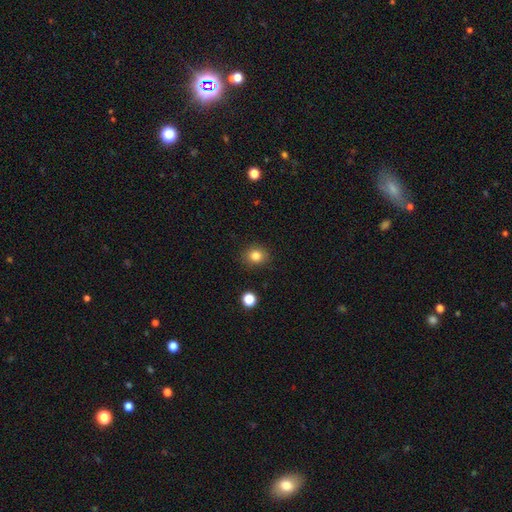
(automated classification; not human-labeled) Smooth or featured? Predicted: smooth (p=0.82). How rounded? Predicted: round (p=0.72). Merging? Predicted: none (p=0.88).